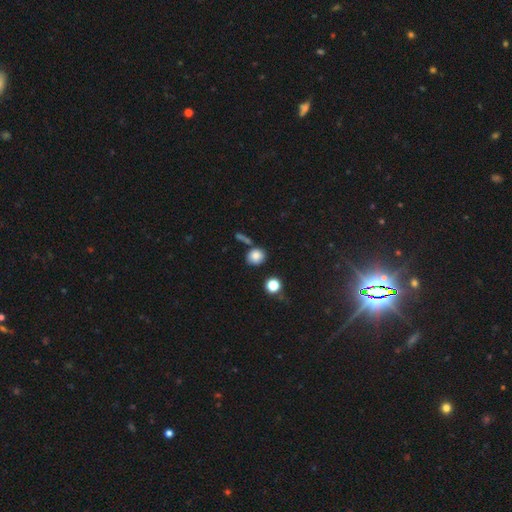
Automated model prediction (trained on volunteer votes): smooth_or_featured: smooth (p=0.81) [alt: star or artifact p=0.12]
how_rounded: round (p=0.78) [alt: in between p=0.20]
merging: none (p=0.71) [alt: minor disturbance p=0.13]